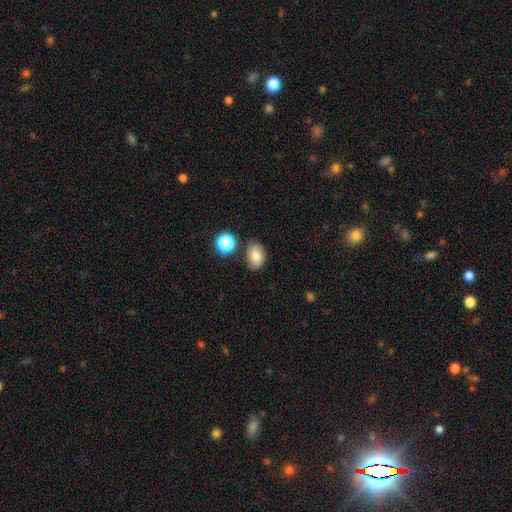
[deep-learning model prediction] smooth_or_featured: smooth (p=0.74) [alt: featured or disk p=0.14]
how_rounded: in between (p=0.71) [alt: round p=0.28]
merging: none (p=0.76) [alt: minor disturbance p=0.15]